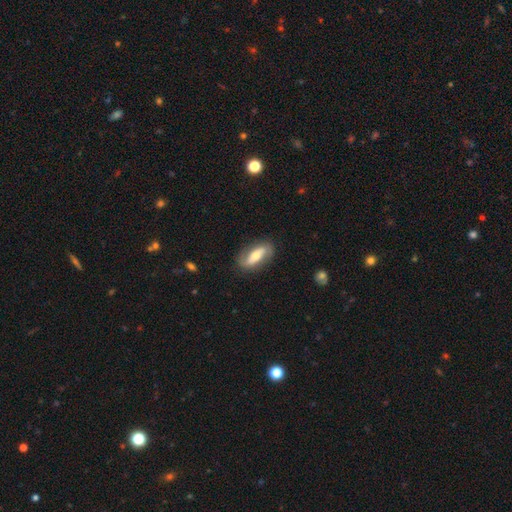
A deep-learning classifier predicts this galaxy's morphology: Smooth or featured? featured or disk (59%)
Edge-on disk? no (81%)
Merging? none (81%)